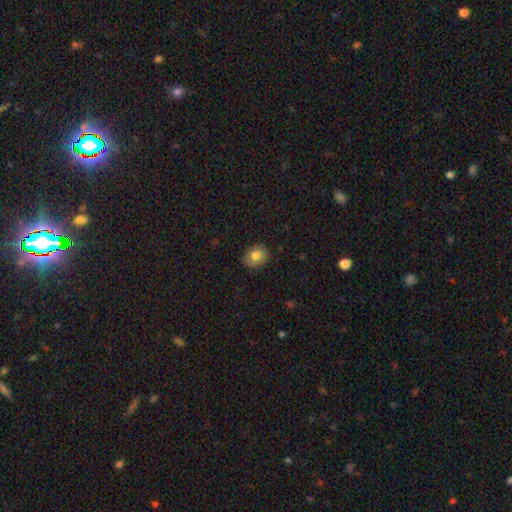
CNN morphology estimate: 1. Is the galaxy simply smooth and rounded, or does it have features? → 79% smooth, 12% featured or disk, 9% star or artifact.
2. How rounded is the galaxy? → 58% round, 41% in between, 1% cigar-shaped.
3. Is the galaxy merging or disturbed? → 88% none, 9% minor disturbance, 2% major disturbance, 1% merger.